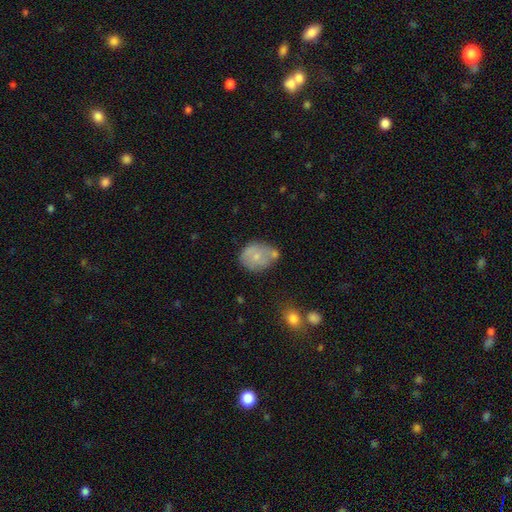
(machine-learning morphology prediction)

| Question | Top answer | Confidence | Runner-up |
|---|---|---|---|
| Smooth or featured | smooth | 65% | featured or disk (27%) |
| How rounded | in between | 49% | tied: round (49%) |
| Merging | none | 46% | minor disturbance (26%) |